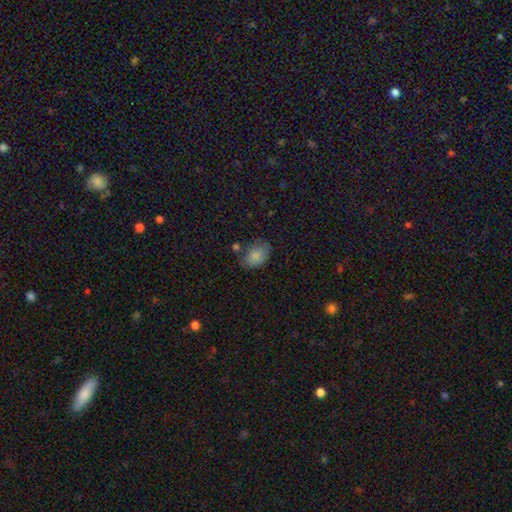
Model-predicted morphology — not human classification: Smooth or featured? Predicted: smooth (p=0.81). How rounded? Predicted: in between (p=0.84). Merging? Predicted: none (p=0.60).